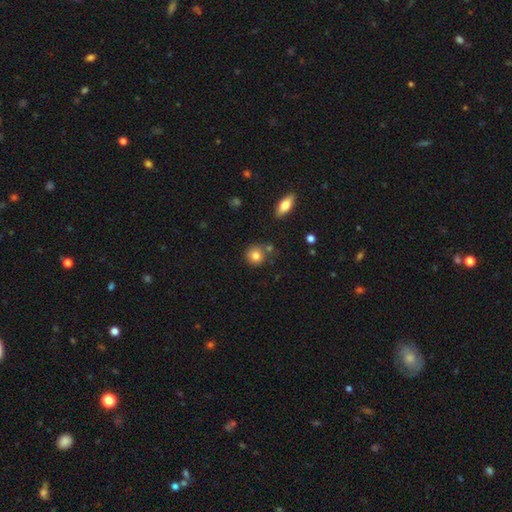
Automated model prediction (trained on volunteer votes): A smooth galaxy with no disk features (81%) that is round (88%).

Vote fractions:
- Smooth or featured? smooth: 81% / star or artifact: 10% / featured or disk: 9%
- How rounded? round: 88% / in between: 11% / cigar-shaped: 1%
- Merging? none: 75% / minor disturbance: 12% / merger: 10% / major disturbance: 3%